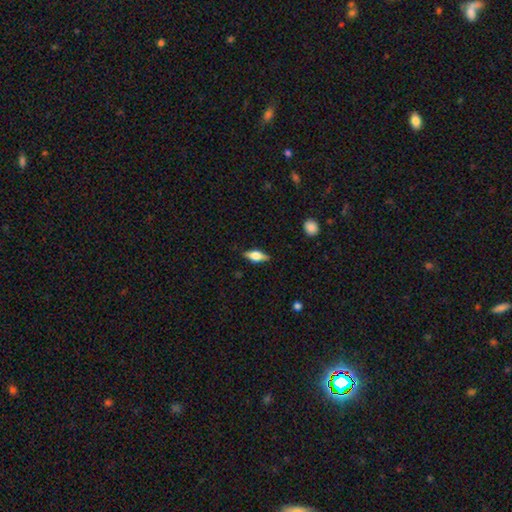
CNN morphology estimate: The model was most divided on "smooth or featured": featured or disk: 48%, smooth: 45%, star or artifact: 7%. More confident: merging — none (86%).